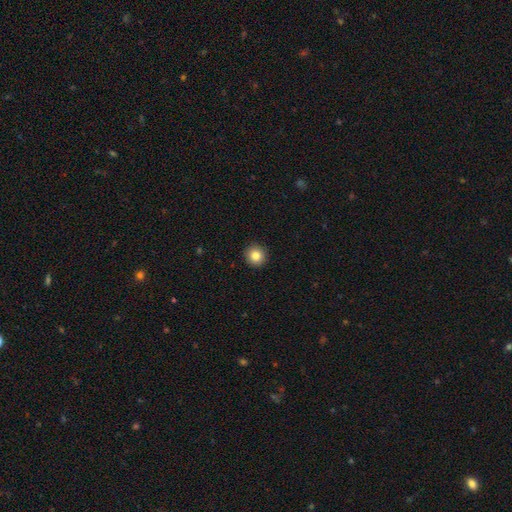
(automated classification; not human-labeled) A smooth galaxy with no disk features (83%) that is round (94%). Merging: none (93%).